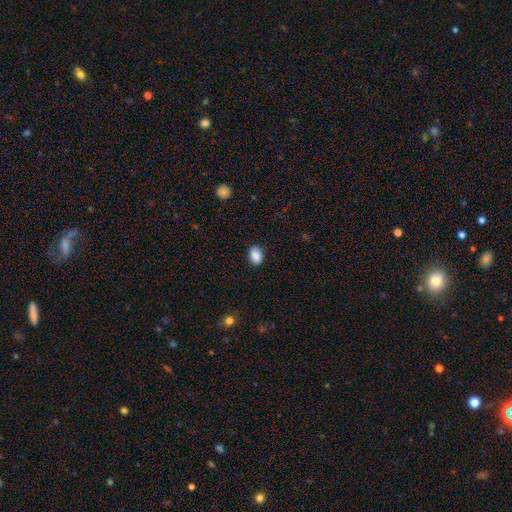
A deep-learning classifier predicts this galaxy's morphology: smooth 87%, star or artifact 8%, featured or disk 5%. Down the decision tree: how rounded — in between (80%); merging — none (86%).